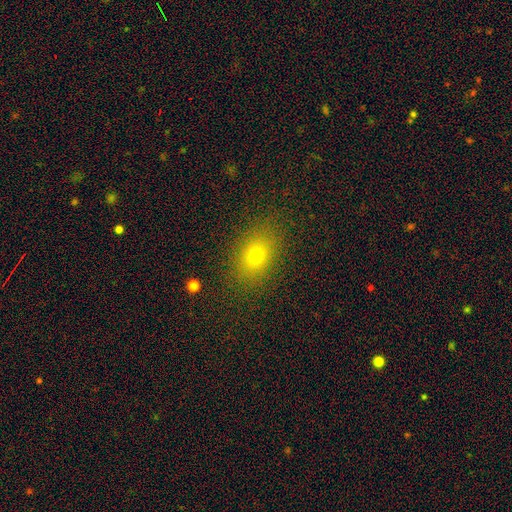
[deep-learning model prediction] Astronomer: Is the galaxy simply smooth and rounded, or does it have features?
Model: smooth — 72%.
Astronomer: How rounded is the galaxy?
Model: in between — 68%.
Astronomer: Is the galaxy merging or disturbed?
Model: none — 85%.